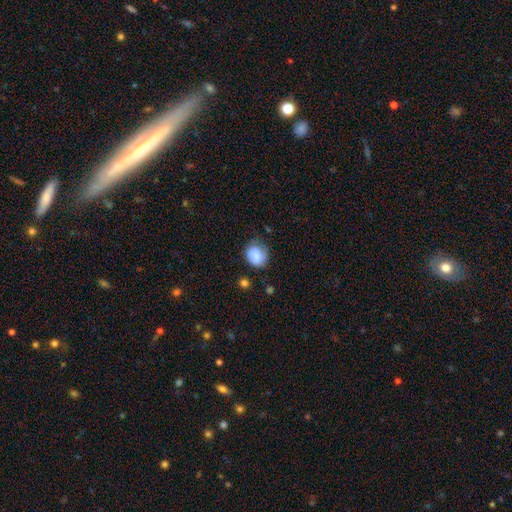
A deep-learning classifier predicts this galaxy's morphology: This appears to be a smooth galaxy with no disk features (79%) that is round (68%). Merging: none (63%).